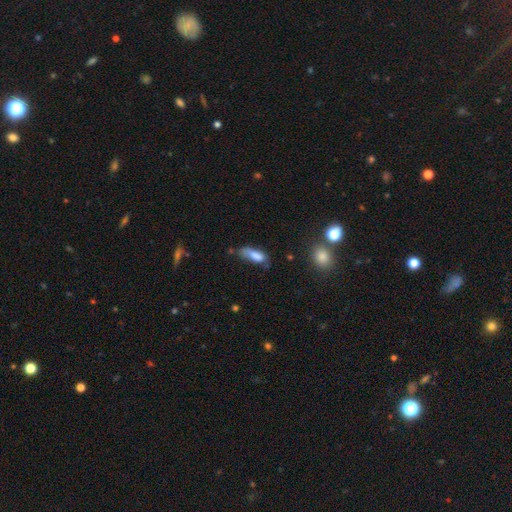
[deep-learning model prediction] smooth 76%, featured or disk 14%, star or artifact 10%. Down the decision tree: how rounded — in between (66%); merging — none (36%).